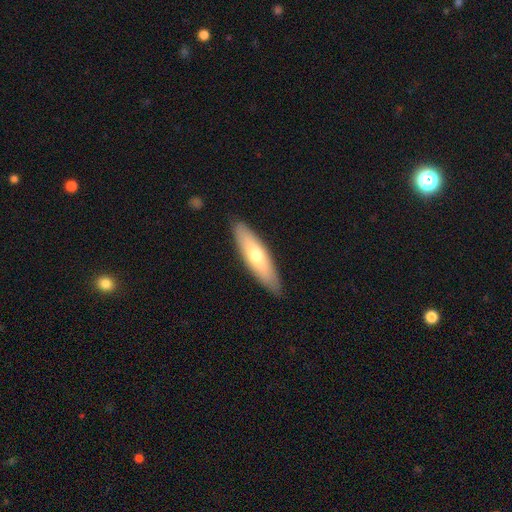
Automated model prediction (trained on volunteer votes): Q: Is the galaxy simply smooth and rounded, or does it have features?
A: smooth — 63%.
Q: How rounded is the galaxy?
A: cigar-shaped — 65%.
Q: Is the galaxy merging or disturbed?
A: none — 88%.